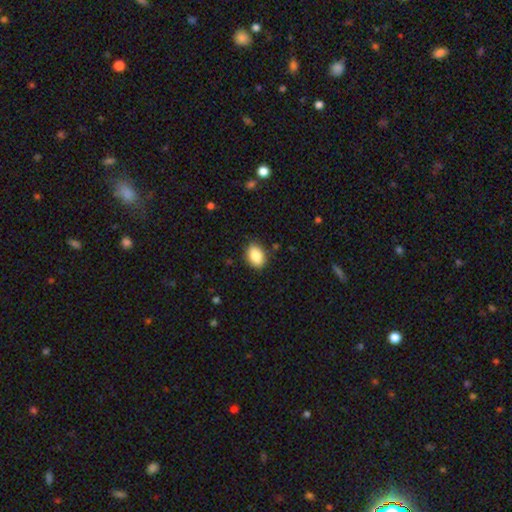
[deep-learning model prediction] Smooth or featured? Predicted: smooth (p=0.87). How rounded? Predicted: in between (p=0.83). Merging? Predicted: none (p=0.85).